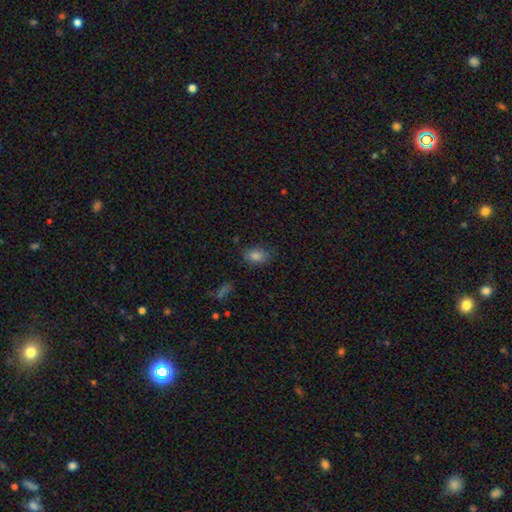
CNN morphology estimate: smooth 79%, star or artifact 13%, featured or disk 7%. Down the decision tree: how rounded — in between (76%); merging — none (78%).